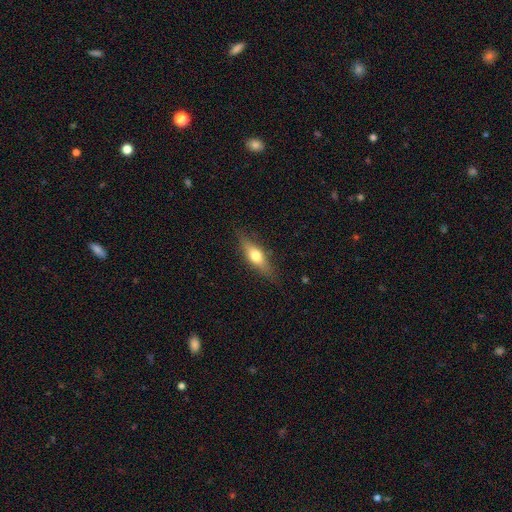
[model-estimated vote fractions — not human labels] Smooth or featured?
  - smooth: 55% *
  - featured or disk: 38%
  - star or artifact: 7%
How rounded?
  - in between: 49% *
  - cigar-shaped: 47%
  - round: 4%
Merging?
  - none: 82% *
  - minor disturbance: 14%
  - major disturbance: 3%
  - merger: 1%